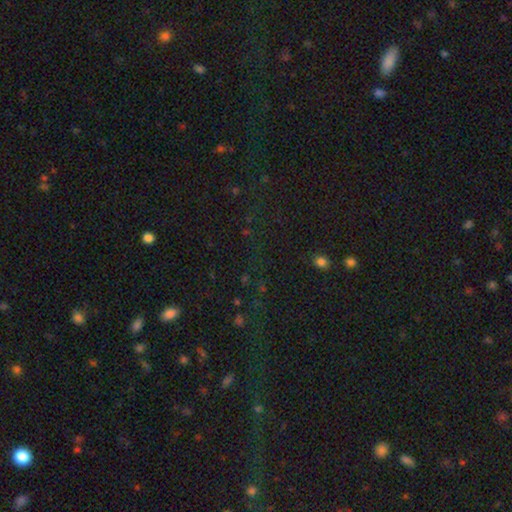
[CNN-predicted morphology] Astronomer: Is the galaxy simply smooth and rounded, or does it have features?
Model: star or artifact — 70%.